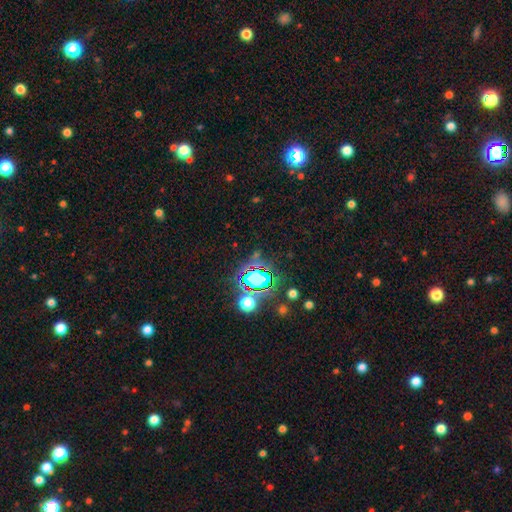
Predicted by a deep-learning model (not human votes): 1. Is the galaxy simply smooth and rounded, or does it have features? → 76% star or artifact, 15% smooth, 9% featured or disk.